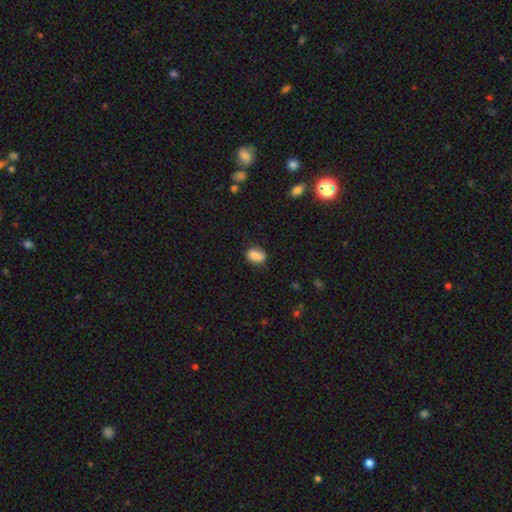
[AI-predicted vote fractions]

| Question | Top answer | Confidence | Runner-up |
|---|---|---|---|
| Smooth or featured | smooth | 77% | featured or disk (14%) |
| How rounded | in between | 79% | round (19%) |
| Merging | none | 71% | minor disturbance (22%) |